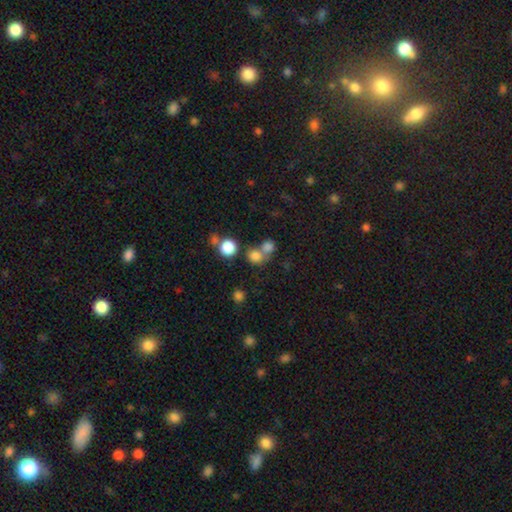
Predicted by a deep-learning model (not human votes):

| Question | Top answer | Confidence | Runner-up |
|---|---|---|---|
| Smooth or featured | smooth | 75% | star or artifact (17%) |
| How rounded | round | 84% | in between (15%) |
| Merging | none | 48% | merger (41%) |